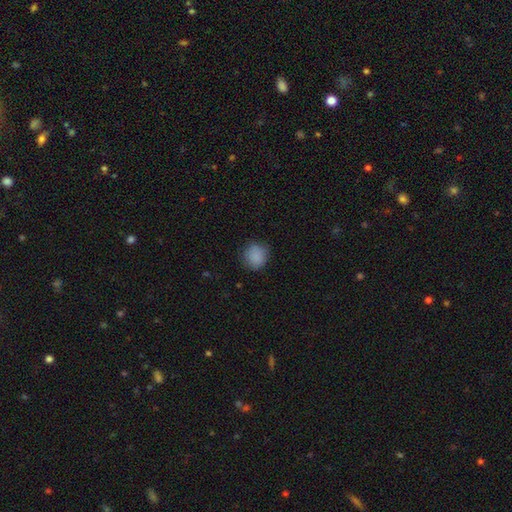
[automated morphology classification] smooth_or_featured: smooth (p=0.87) [alt: star or artifact p=0.09]
how_rounded: round (p=0.85) [alt: in between p=0.14]
merging: none (p=0.81) [alt: minor disturbance p=0.14]